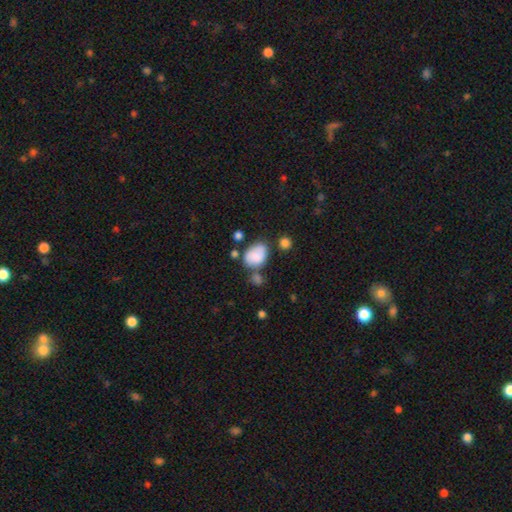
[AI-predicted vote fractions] Smooth or featured: smooth — 78% (featured or disk — 14%)
How rounded: in between — 74% (round — 25%)
Merging: none — 50% (minor disturbance — 26%)